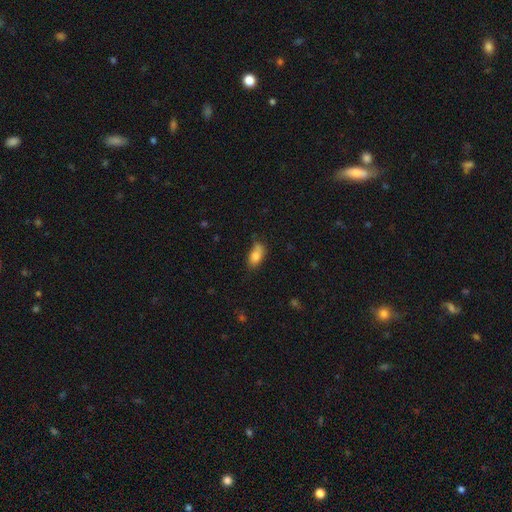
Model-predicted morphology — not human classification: This is clearly a smooth galaxy (81%). How rounded: clearly in between (87%). Merging: possibly none (56%).